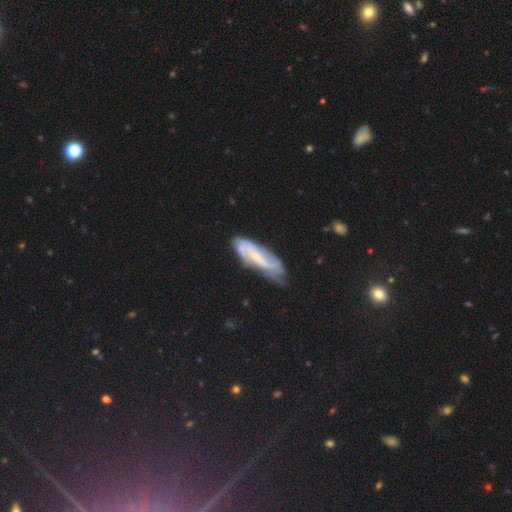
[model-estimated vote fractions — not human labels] Smooth or featured? featured or disk (66%)
Edge-on disk? no (80%)
Bar? weak (41%)
Spiral arms? yes (81%)
Bulge size? small (64%)
Merging? none (61%)